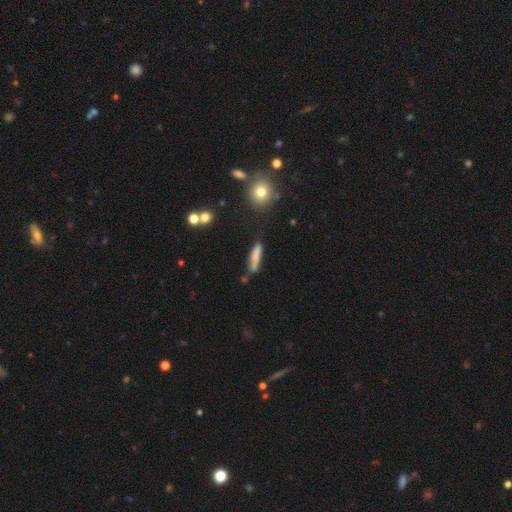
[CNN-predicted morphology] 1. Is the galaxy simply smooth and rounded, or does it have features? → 74% smooth, 17% featured or disk, 8% star or artifact.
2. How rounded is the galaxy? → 79% cigar-shaped, 19% in between, 2% round.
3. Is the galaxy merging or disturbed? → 60% none, 23% minor disturbance, 10% merger, 7% major disturbance.